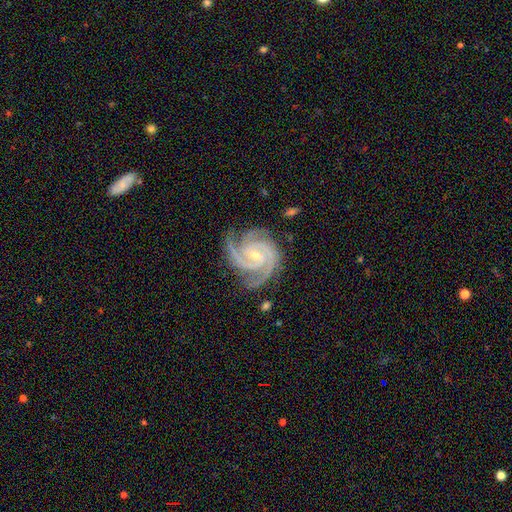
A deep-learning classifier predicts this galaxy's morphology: type=featured or disk (94%); edge-on=no (98%); bar=no (45%); spiral arms=yes (99%); winding=tight (70%); arm count=3 (62%); bulge=small (69%); merging=none (77%).